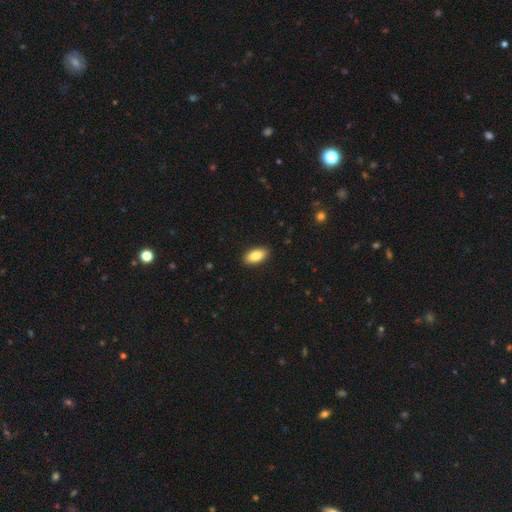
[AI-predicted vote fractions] Smooth or featured? smooth (86%)
How rounded? in between (92%)
Merging? none (90%)